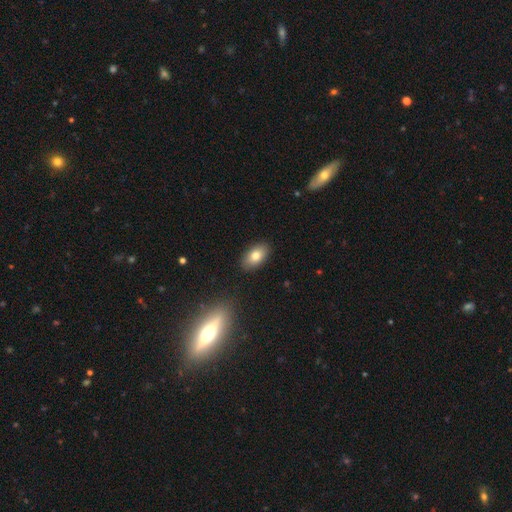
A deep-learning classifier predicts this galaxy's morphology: smooth_or_featured: smooth (p=0.78) [alt: featured or disk p=0.14]
how_rounded: in between (p=0.91) [alt: round p=0.06]
merging: none (p=0.87) [alt: minor disturbance p=0.09]